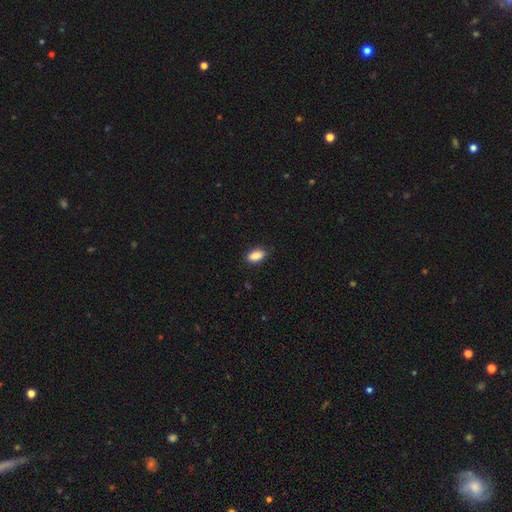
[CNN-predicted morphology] smooth 89%, star or artifact 7%, featured or disk 4%. Down the decision tree: how rounded — in between (89%); merging — none (86%).